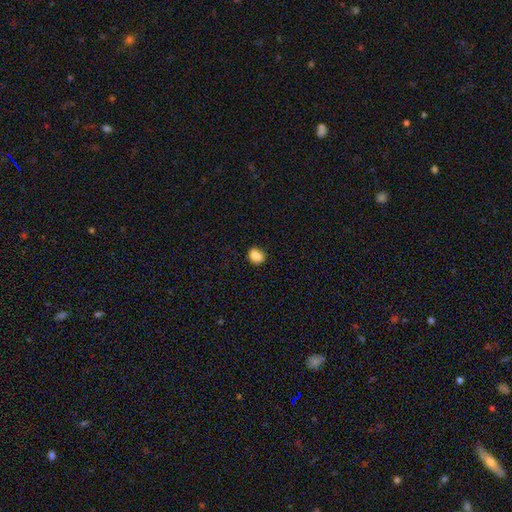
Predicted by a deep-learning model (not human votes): smooth_or_featured: smooth (p=0.81) [alt: star or artifact p=0.11]
how_rounded: in between (p=0.50) [alt: round p=0.48]
merging: none (p=0.59) [alt: merger p=0.18]